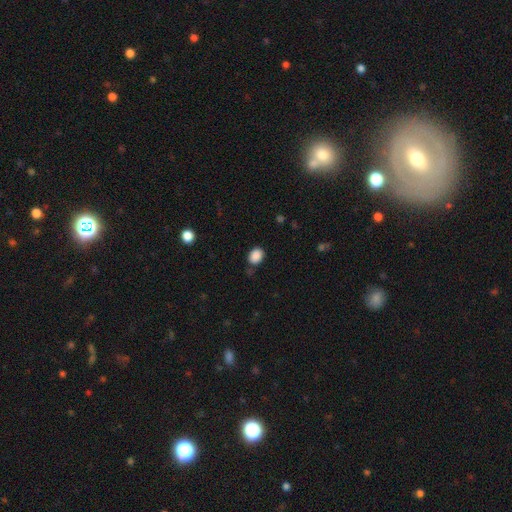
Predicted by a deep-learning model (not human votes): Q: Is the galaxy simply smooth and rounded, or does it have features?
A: smooth — 88%.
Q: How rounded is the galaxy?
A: in between — 60%.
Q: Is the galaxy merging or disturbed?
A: none — 78%.